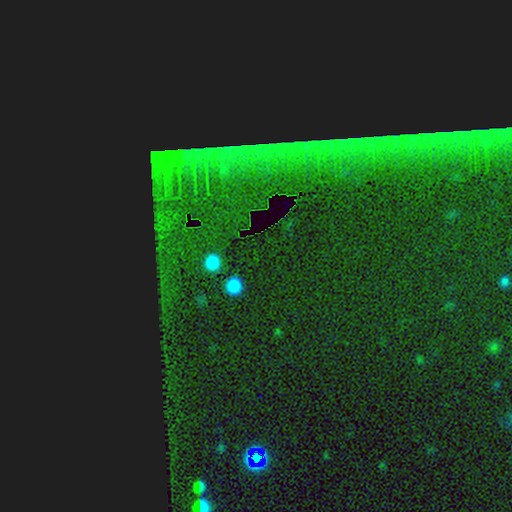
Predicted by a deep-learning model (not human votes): Smooth or featured: star or artifact — 80% (smooth — 11%)